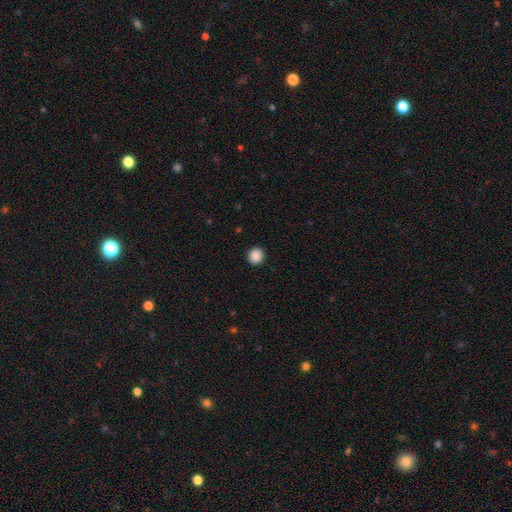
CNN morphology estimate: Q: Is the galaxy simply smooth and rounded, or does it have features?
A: smooth — 88%.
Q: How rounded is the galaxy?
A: round — 93%.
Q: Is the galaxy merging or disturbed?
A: none — 93%.